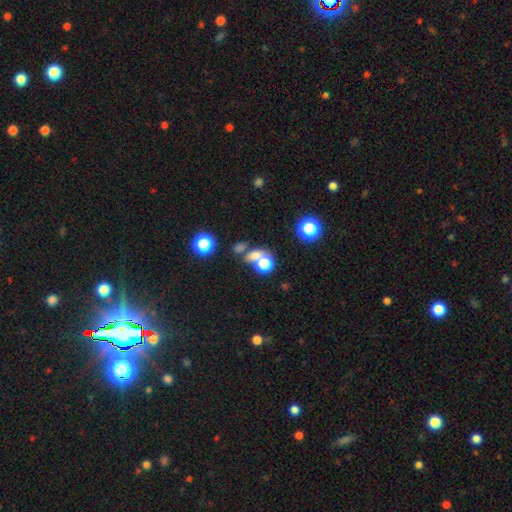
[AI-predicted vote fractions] Smooth or featured: smooth — 60% (star or artifact — 28%)
How rounded: round — 51% (in between — 45%)
Merging: merger — 42% (none — 41%)